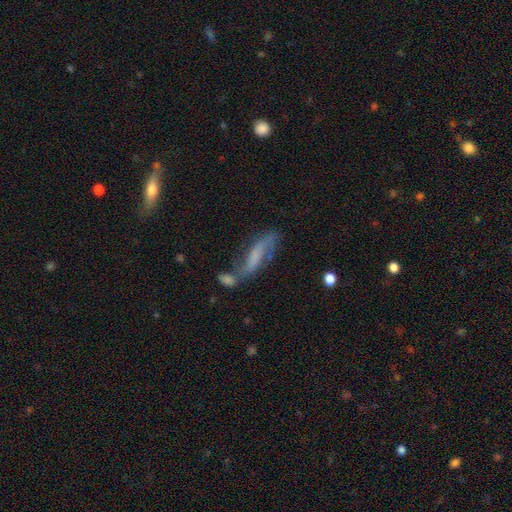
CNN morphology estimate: The model was most divided on "merging": none: 40%, merger: 25%, minor disturbance: 21%, major disturbance: 14%. More confident: edge-on disk — no (71%); smooth or featured — featured or disk (53%).